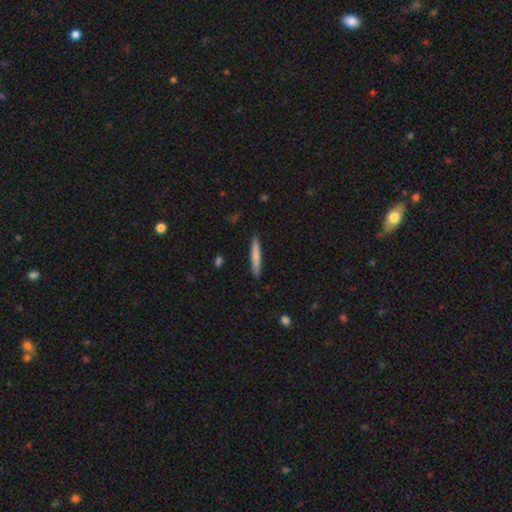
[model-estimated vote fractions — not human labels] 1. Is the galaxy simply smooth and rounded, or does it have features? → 74% smooth, 20% featured or disk, 6% star or artifact.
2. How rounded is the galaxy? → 95% cigar-shaped, 4% in between, 1% round.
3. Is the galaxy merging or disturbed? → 89% none, 8% minor disturbance, 2% major disturbance, 1% merger.